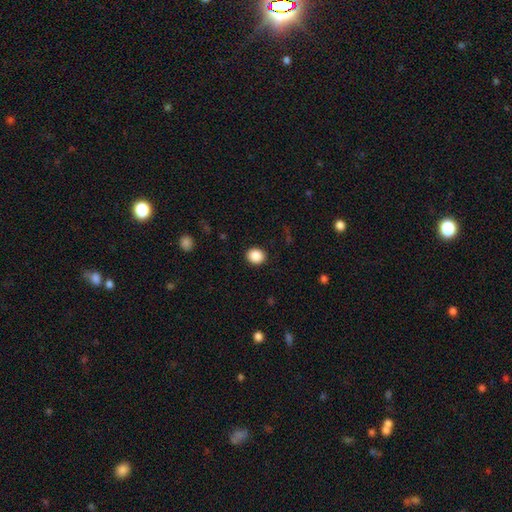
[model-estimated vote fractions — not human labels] smooth-or-featured: smooth: 88% | star or artifact: 9% | featured or disk: 3%
  how-rounded: round: 78% | in between: 21% | cigar-shaped: 1%
  merging: none: 91% | minor disturbance: 6% | major disturbance: 2% | merger: 1%